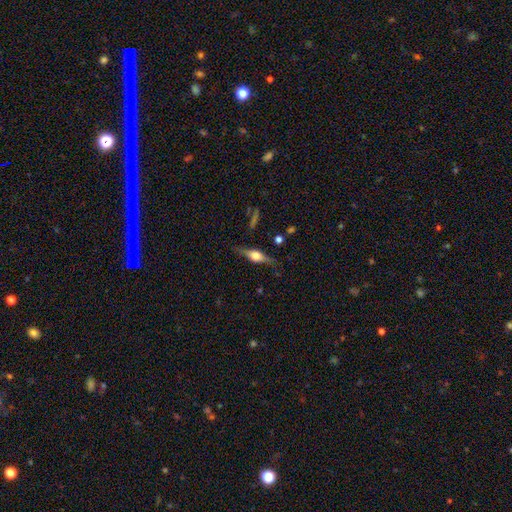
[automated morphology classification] smooth_or_featured: featured or disk (p=0.70) [alt: smooth p=0.23]
disk_edge_on: yes (p=0.96) [alt: no p=0.04]
edge_on_bulge: rounded (p=0.90) [alt: boxy p=0.09]
merging: none (p=0.82) [alt: minor disturbance p=0.13]